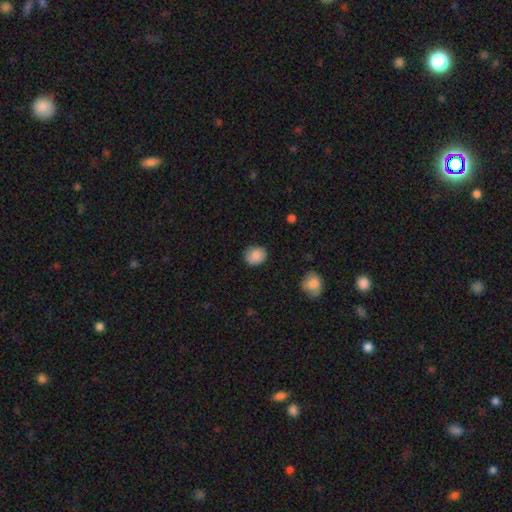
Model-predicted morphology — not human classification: Smooth or featured: smooth — 85% (star or artifact — 8%)
How rounded: round — 74% (in between — 25%)
Merging: none — 82% (minor disturbance — 14%)